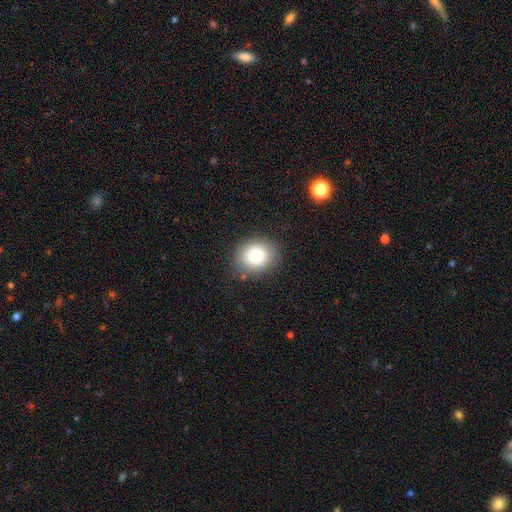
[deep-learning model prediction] This appears to be a smooth galaxy with no disk features (80%) that is round (66%). Merging: none (85%).